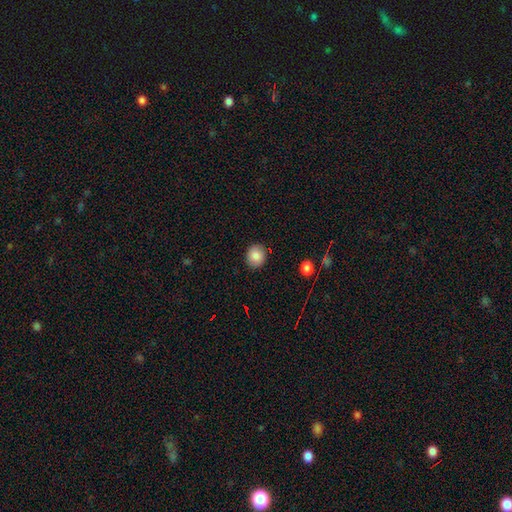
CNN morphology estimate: This is clearly a smooth galaxy (86%). How rounded: likely round (77%). Merging: clearly none (89%).